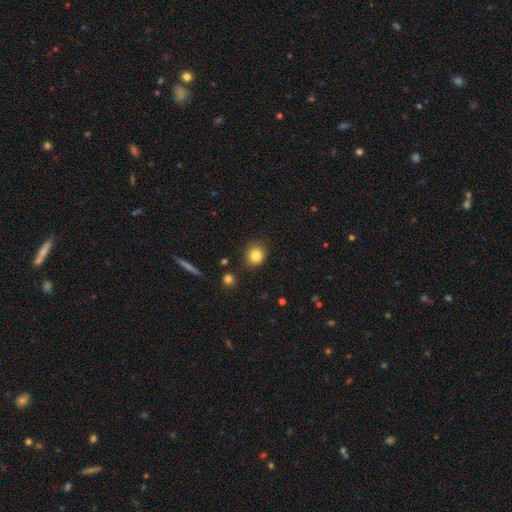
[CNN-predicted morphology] A smooth galaxy with no disk features (83%) that is round (82%). Merging: none (85%).